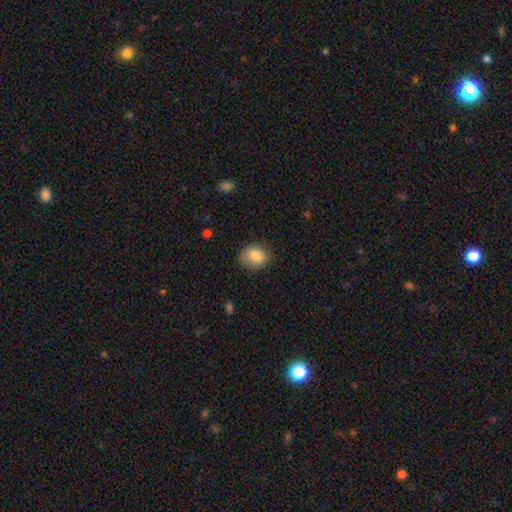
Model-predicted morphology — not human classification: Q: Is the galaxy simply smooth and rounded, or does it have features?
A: smooth — 83%.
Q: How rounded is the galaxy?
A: round — 51%.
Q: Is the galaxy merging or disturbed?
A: none — 72%.